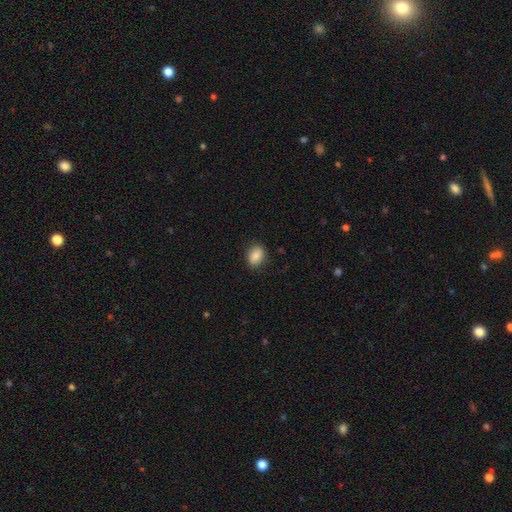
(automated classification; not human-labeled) Smooth or featured: smooth — 86% (star or artifact — 8%)
How rounded: in between — 65% (round — 34%)
Merging: none — 86% (minor disturbance — 10%)